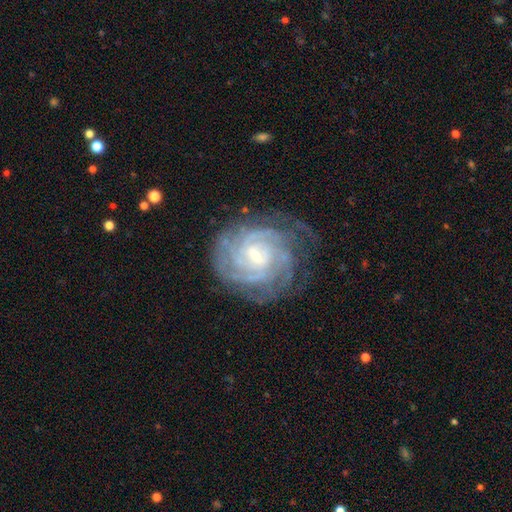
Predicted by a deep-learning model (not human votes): featured or disk 89%, smooth 5%, star or artifact 5%. Down the decision tree: edge-on disk — no (98%); bar — weak (46%); spiral arms — yes (97%); spiral arm count — can't tell (30%); spiral winding — tight (78%); bulge size — small (73%); merging — none (71%).